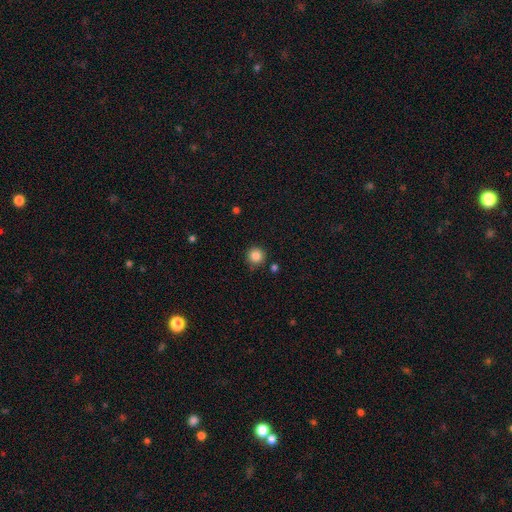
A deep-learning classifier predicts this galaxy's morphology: Smooth or featured?
  - smooth: 86% *
  - star or artifact: 10%
  - featured or disk: 4%
How rounded?
  - round: 95% *
  - in between: 4%
  - cigar-shaped: 1%
Merging?
  - none: 87% *
  - minor disturbance: 8%
  - merger: 3%
  - major disturbance: 2%